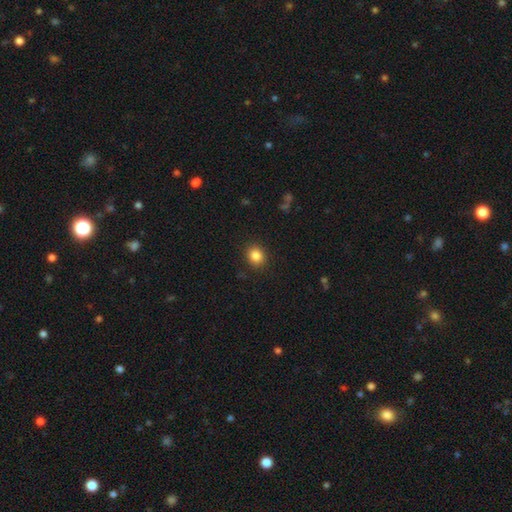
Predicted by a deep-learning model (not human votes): The model was most divided on "how rounded": round: 73%, in between: 27%, cigar-shaped: 1%. More confident: merging — none (90%); smooth or featured — smooth (85%).